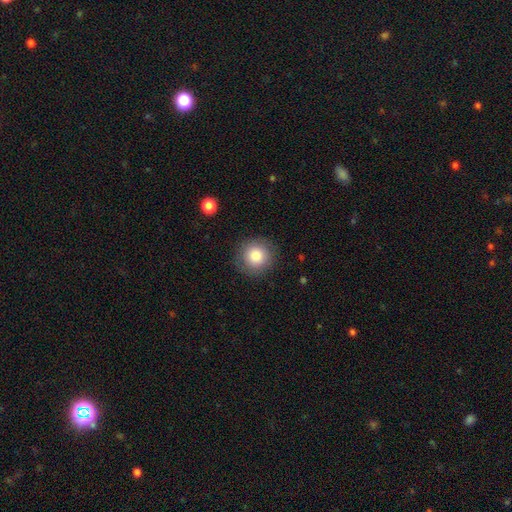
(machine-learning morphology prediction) This appears to be a smooth galaxy with no disk features (84%) that is round (94%). Merging: none (88%).